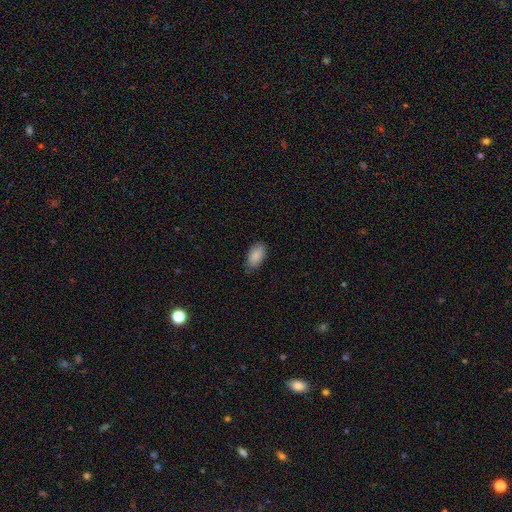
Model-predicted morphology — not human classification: Smooth or featured? Predicted: smooth (p=0.88). How rounded? Predicted: in between (p=0.94). Merging? Predicted: none (p=0.78).